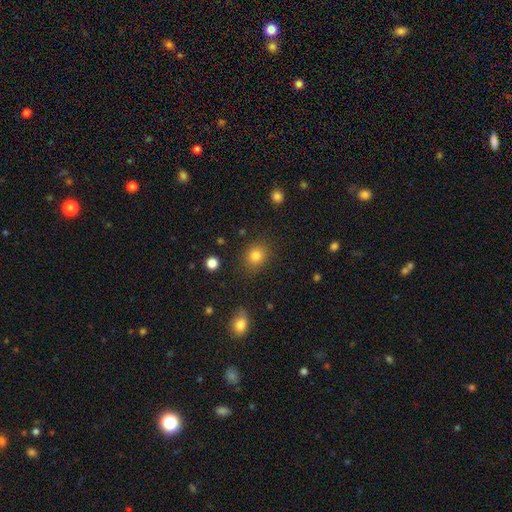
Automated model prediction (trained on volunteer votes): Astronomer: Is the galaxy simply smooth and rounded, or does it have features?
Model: smooth — 83%.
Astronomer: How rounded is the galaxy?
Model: round — 69%.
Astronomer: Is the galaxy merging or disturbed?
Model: none — 85%.